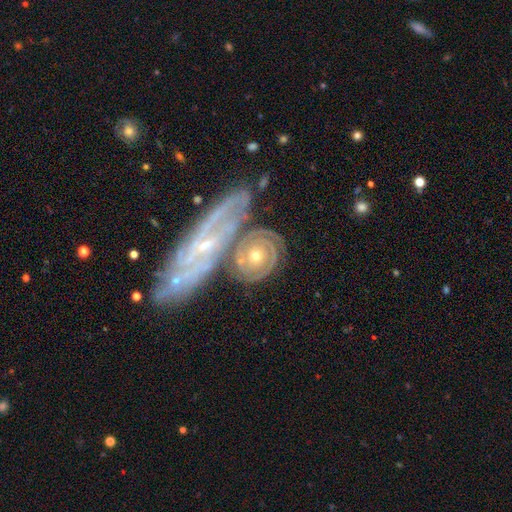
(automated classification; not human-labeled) A featured or disk galaxy (85%) with no bar (70%), 2 (35%) tight (79%) spiral arms (96%) and a moderate central bulge (49%).

Vote fractions:
- Smooth or featured? featured or disk: 85% / smooth: 10% / star or artifact: 5%
- Edge-on disk? no: 93% / yes: 7%
- Bar? no: 70% / weak: 20% / strong: 10%
- Spiral arms? yes: 96% / no: 4%
- Spiral winding? tight: 79% / medium: 18% / loose: 3%
- Spiral arm count? 2: 35% / 3: 24% / can't tell: 24% / 4: 7% / more than 4: 5% / 1: 5%
- Bulge size? moderate: 49% / small: 46% / large: 3% / none: 1% / dominant: 1%
- Merging? none: 54% / merger: 26% / minor disturbance: 14% / major disturbance: 5%